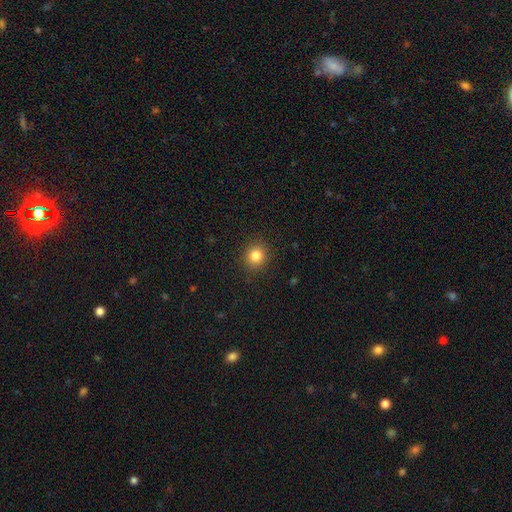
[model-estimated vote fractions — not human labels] Smooth or featured? Predicted: smooth (p=0.83). How rounded? Predicted: round (p=0.87). Merging? Predicted: none (p=0.90).